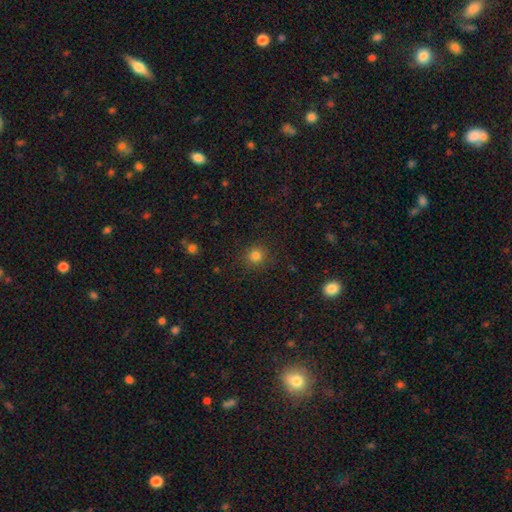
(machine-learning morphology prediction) This appears to be a smooth galaxy with no disk features (81%) that is round (90%). Merging: none (88%).